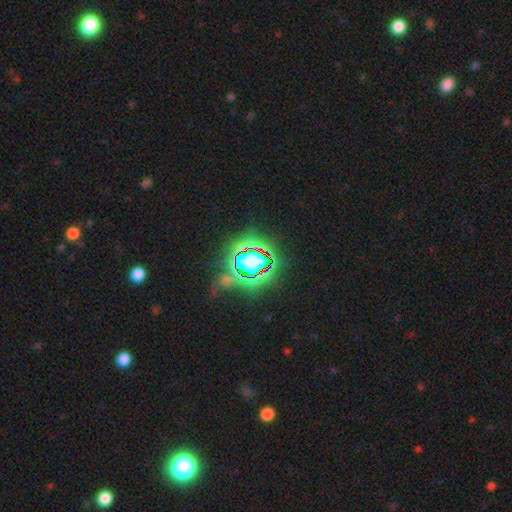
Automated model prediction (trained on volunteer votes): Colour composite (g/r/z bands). It shows a star or artifact, not a galaxy (69%).